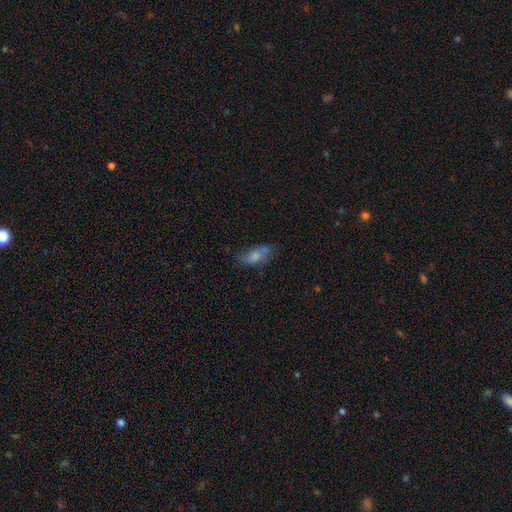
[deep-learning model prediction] Overall: smooth (68%). How rounded: in between (83%). Merging: none (46%; minor disturbance 26%).